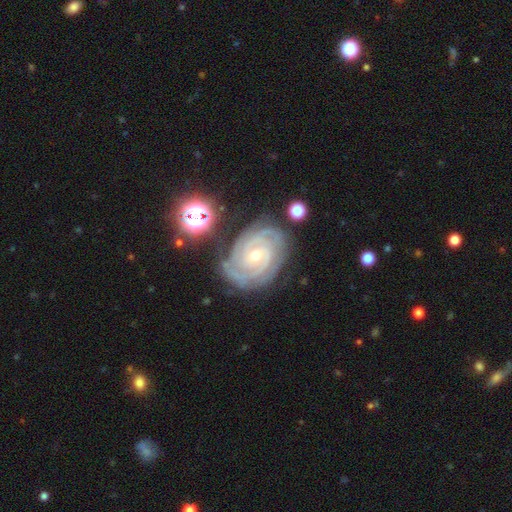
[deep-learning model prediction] A featured or disk galaxy (91%) with no bar (61%), 3 (33%) tight (81%) spiral arms (98%) and a small central bulge (62%).

Vote fractions:
- Smooth or featured? featured or disk: 91% / star or artifact: 5% / smooth: 4%
- Edge-on disk? no: 98% / yes: 2%
- Bar? no: 61% / weak: 29% / strong: 10%
- Spiral arms? yes: 98% / no: 2%
- Spiral winding? tight: 81% / medium: 16% / loose: 2%
- Spiral arm count? 3: 33% / 2: 25% / 4: 16% / can't tell: 15% / more than 4: 6% / 1: 6%
- Bulge size? small: 62% / moderate: 35% / large: 1% / none: 1% / dominant: 1%
- Merging? none: 75% / minor disturbance: 17% / major disturbance: 5% / merger: 3%